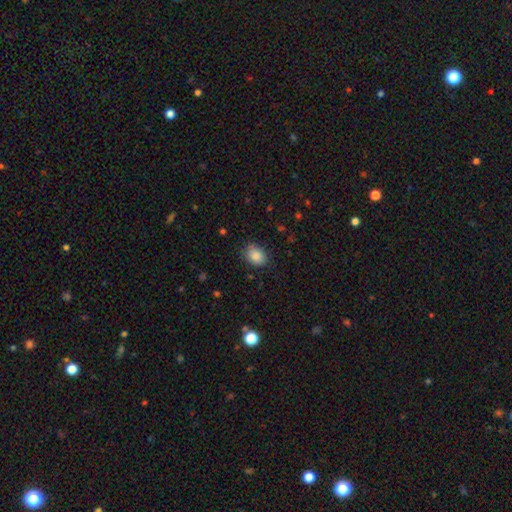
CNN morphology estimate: Overall: smooth (87%). How rounded: in between (71%). Merging: none (79%).